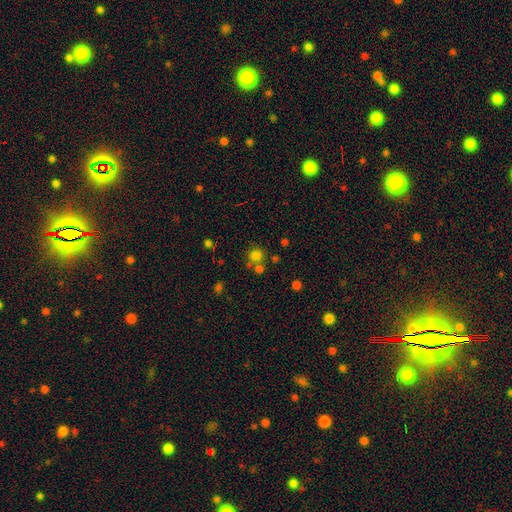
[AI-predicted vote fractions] Morphology: type=smooth (74%); roundness=round (87%); merging=none (62%).